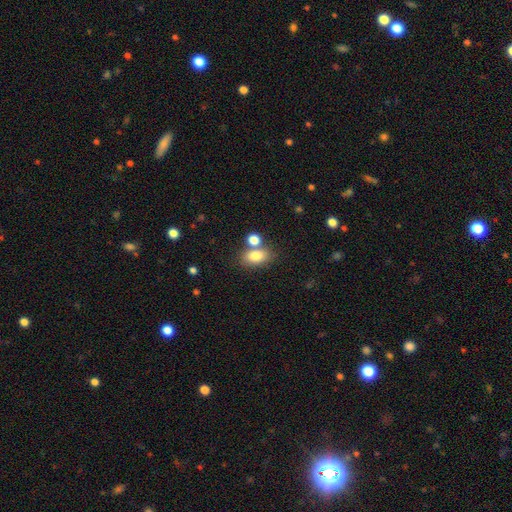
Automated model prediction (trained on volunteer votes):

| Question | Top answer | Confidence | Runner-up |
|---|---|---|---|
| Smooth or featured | smooth | 80% | featured or disk (10%) |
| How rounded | in between | 81% | round (16%) |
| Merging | none | 59% | merger (25%) |